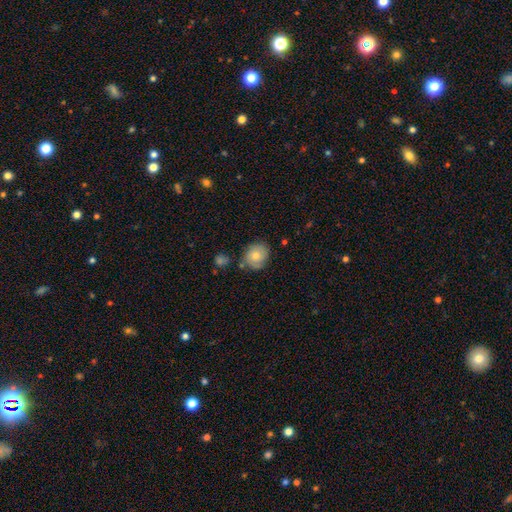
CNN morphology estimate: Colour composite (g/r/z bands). It shows a smooth galaxy with no disk features (64%) that is round (69%). Merging: none (69%).